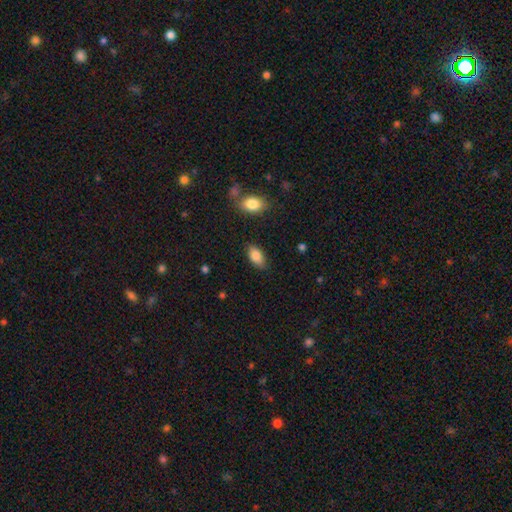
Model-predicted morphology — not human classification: The model was most divided on "merging": none: 83%, minor disturbance: 12%, major disturbance: 3%, merger: 2%. More confident: how rounded — in between (92%); smooth or featured — smooth (85%).